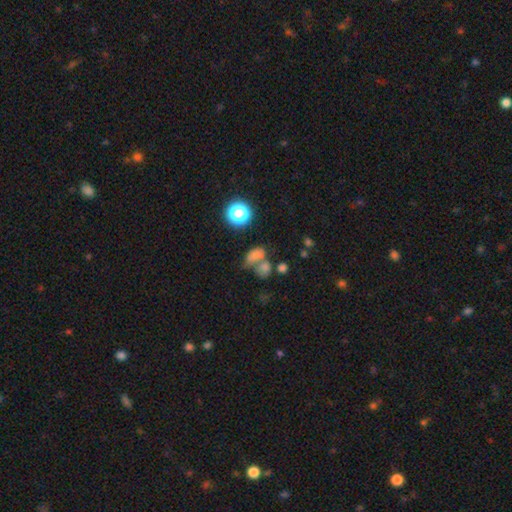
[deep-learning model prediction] Morphology: type=smooth (68%); roundness=in between (72%); merging=merger (49%).